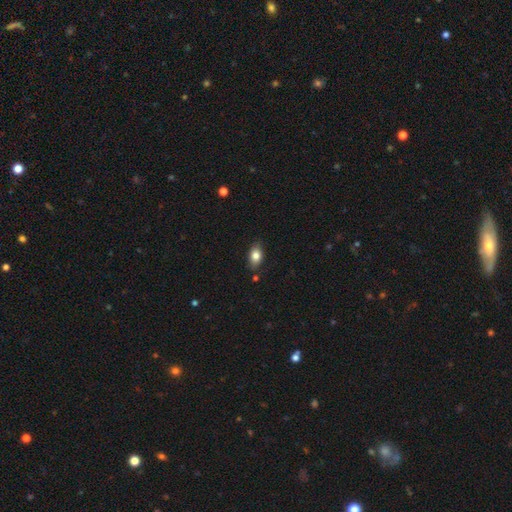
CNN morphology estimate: Q: Smooth or featured?
A: smooth (82%); runner-up: featured or disk (10%)
Q: How rounded?
A: in between (87%); runner-up: round (10%)
Q: Merging?
A: none (82%); runner-up: minor disturbance (13%)